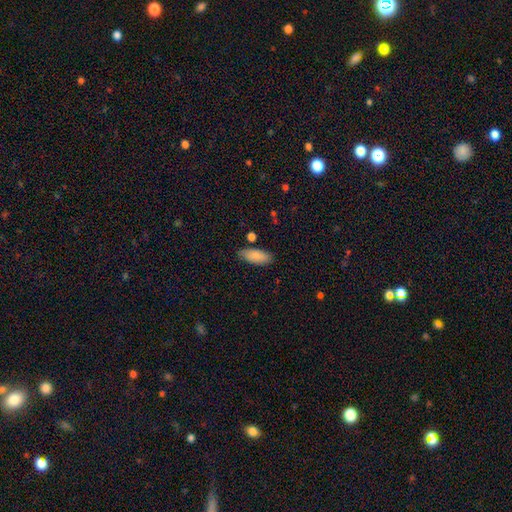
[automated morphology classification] smooth-or-featured: smooth: 86% | featured or disk: 7% | star or artifact: 6%
  how-rounded: in between: 82% | cigar-shaped: 16% | round: 2%
  merging: none: 80% | minor disturbance: 14% | merger: 3% | major disturbance: 3%